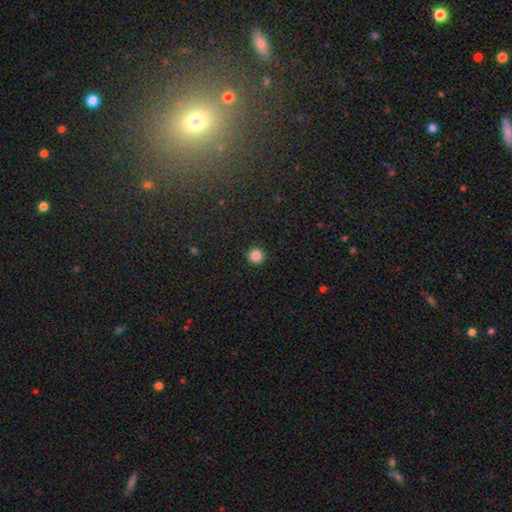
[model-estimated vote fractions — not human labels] This appears to be a smooth galaxy with no disk features (85%) that is round (96%). Merging: none (93%).